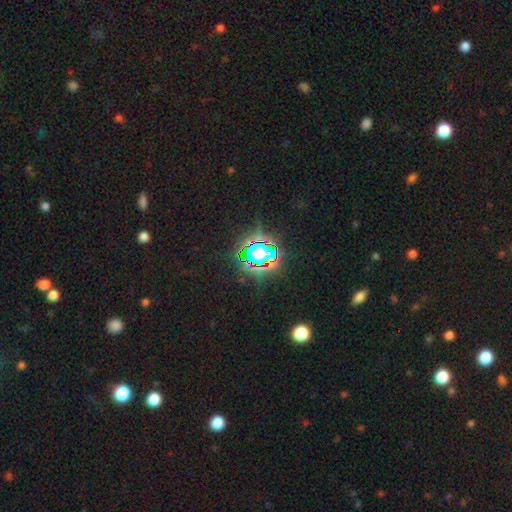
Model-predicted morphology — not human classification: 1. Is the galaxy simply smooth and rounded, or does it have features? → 77% star or artifact, 15% smooth, 8% featured or disk.